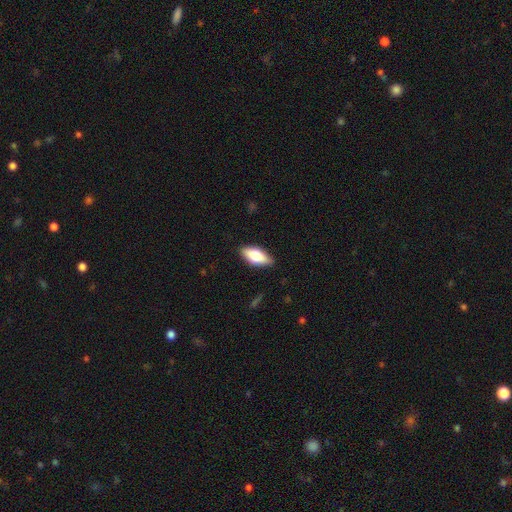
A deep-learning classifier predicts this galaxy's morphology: Smooth or featured? Predicted: smooth (p=0.67). How rounded? Predicted: in between (p=0.82). Merging? Predicted: none (p=0.86).